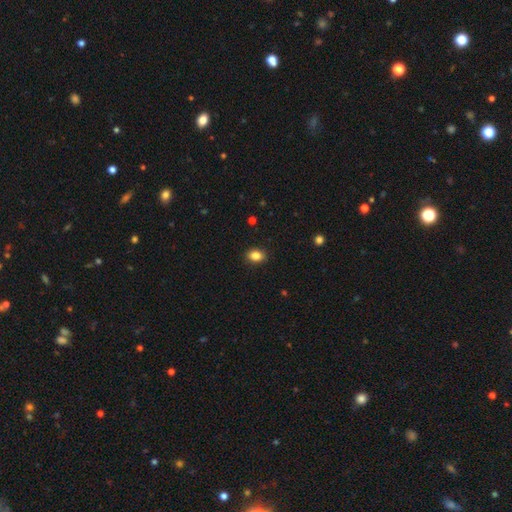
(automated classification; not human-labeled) Smooth or featured? Predicted: smooth (p=0.85). How rounded? Predicted: in between (p=0.67). Merging? Predicted: none (p=0.89).